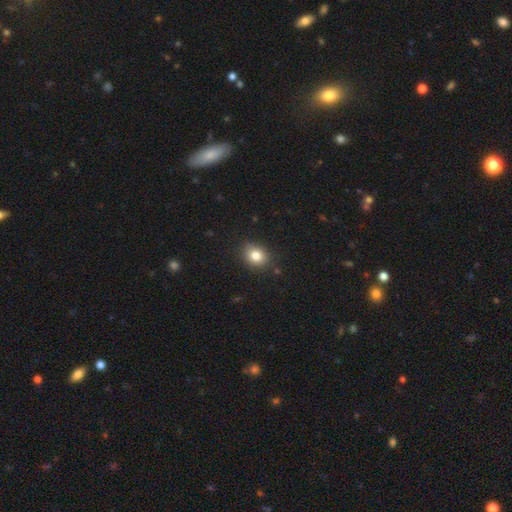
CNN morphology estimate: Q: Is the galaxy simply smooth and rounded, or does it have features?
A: smooth — 81%.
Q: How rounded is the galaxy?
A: round — 60%.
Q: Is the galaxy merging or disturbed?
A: none — 85%.